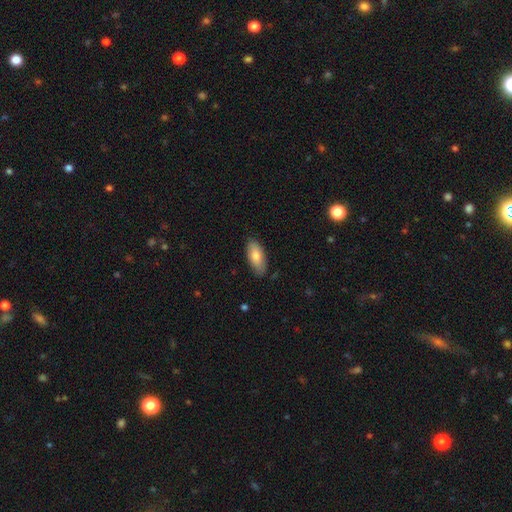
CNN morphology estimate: This is likely a smooth galaxy (79%). How rounded: clearly in between (88%). Merging: clearly none (84%).